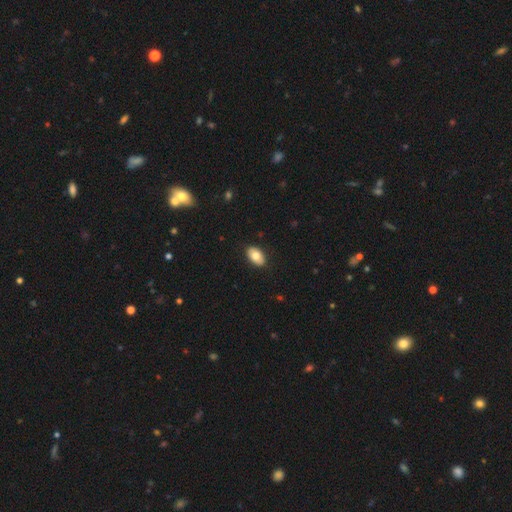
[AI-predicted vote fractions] smooth-or-featured: smooth: 78% | featured or disk: 15% | star or artifact: 7%
  how-rounded: in between: 92% | round: 6% | cigar-shaped: 1%
  merging: none: 88% | minor disturbance: 9% | major disturbance: 2% | merger: 1%